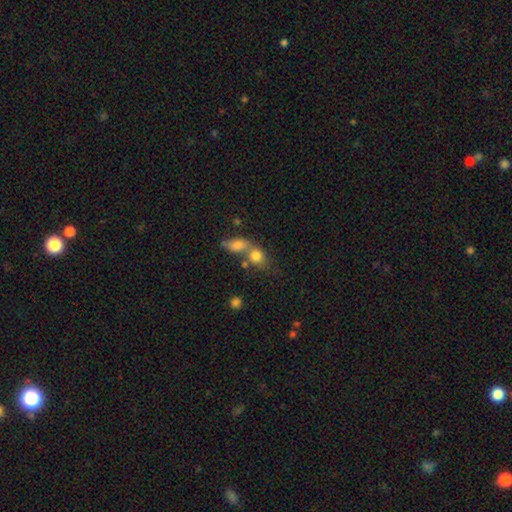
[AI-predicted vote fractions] Smooth or featured: smooth — 79% (featured or disk — 11%)
How rounded: in between — 51% (round — 46%)
Merging: merger — 56% (none — 30%)